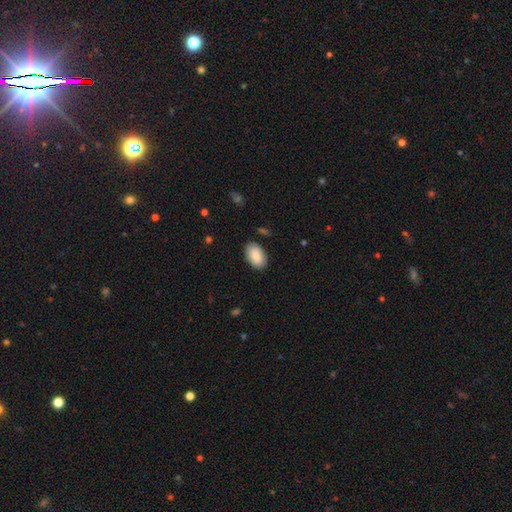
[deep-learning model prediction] This appears to be a smooth galaxy with no disk features (85%) that is in between round and cigar-shaped (93%). Merging: none (86%).